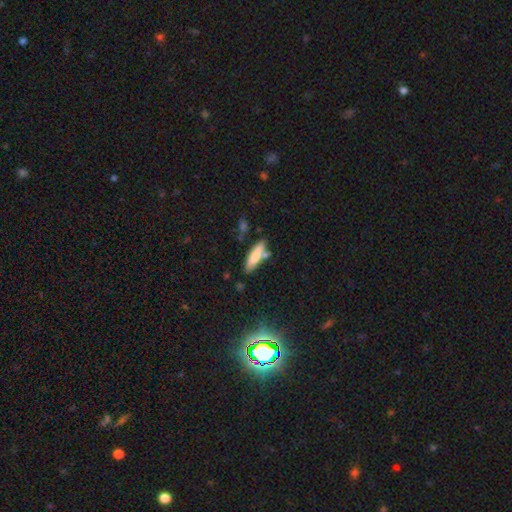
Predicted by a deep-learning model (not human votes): Smooth or featured?
  - smooth: 77% *
  - featured or disk: 16%
  - star or artifact: 7%
How rounded?
  - cigar-shaped: 65% *
  - in between: 33%
  - round: 2%
Merging?
  - none: 71% *
  - minor disturbance: 15%
  - merger: 11%
  - major disturbance: 3%